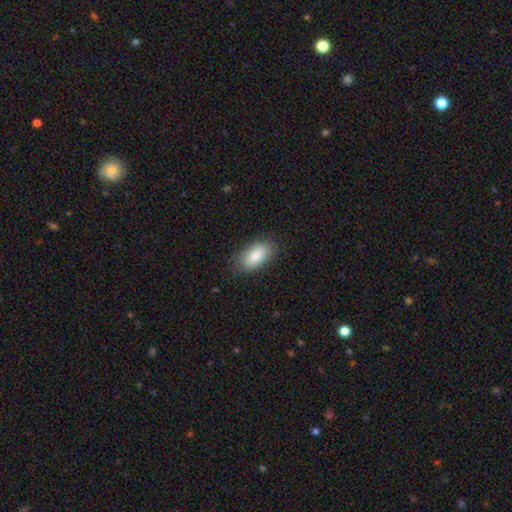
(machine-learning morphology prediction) Smooth or featured: smooth — 84% (featured or disk — 9%)
How rounded: in between — 92% (cigar-shaped — 4%)
Merging: none — 85% (minor disturbance — 12%)